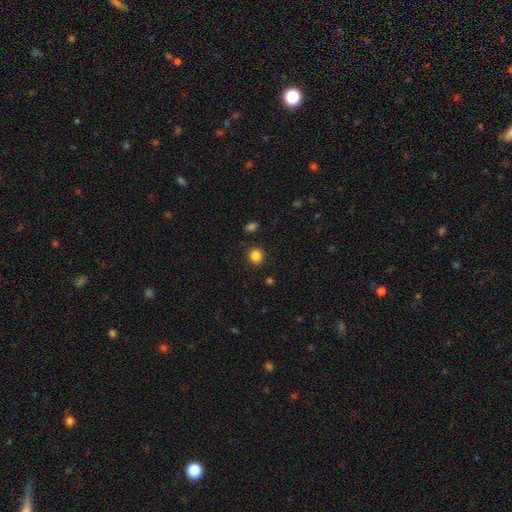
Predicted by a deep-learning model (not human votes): A smooth galaxy with no disk features (86%) that is round (87%). Merging: none (90%).